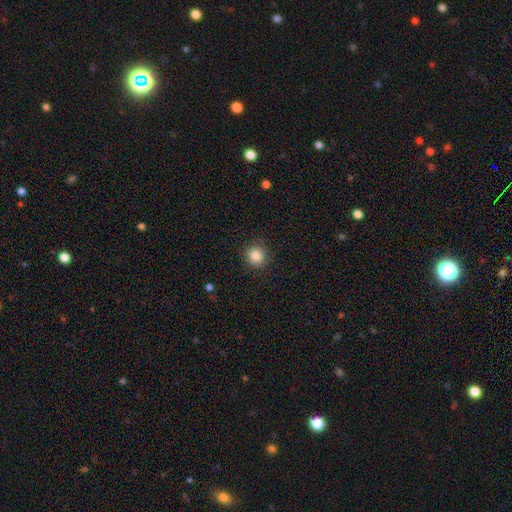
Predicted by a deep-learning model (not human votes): Morphology: type=smooth (84%); roundness=round (94%); merging=none (90%).